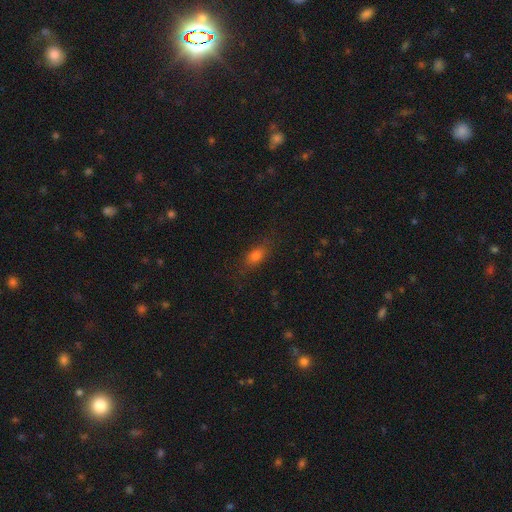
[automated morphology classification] This appears to be a smooth galaxy with no disk features (76%) that is in between round and cigar-shaped (74%). Merging: none (78%).